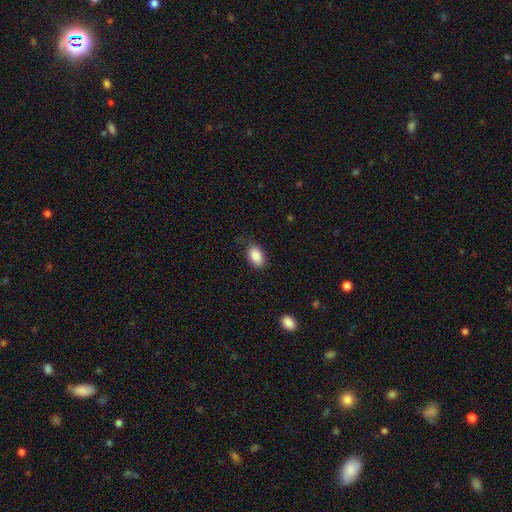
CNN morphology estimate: Smooth or featured? smooth (88%)
How rounded? in between (89%)
Merging? none (79%)